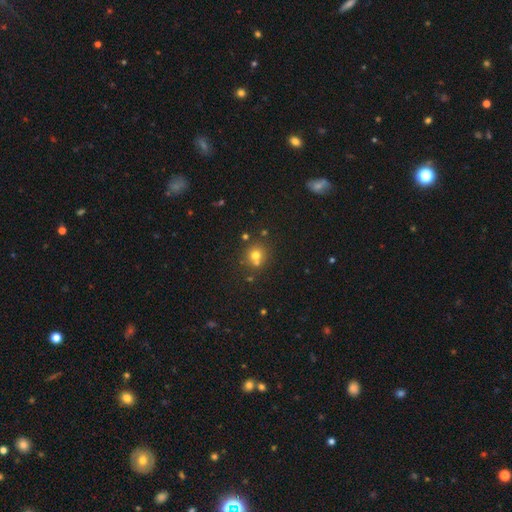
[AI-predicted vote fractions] Smooth or featured?
  - smooth: 69% *
  - star or artifact: 19%
  - featured or disk: 12%
How rounded?
  - round: 87% *
  - in between: 12%
  - cigar-shaped: 1%
Merging?
  - none: 64% *
  - merger: 23%
  - minor disturbance: 9%
  - major disturbance: 3%